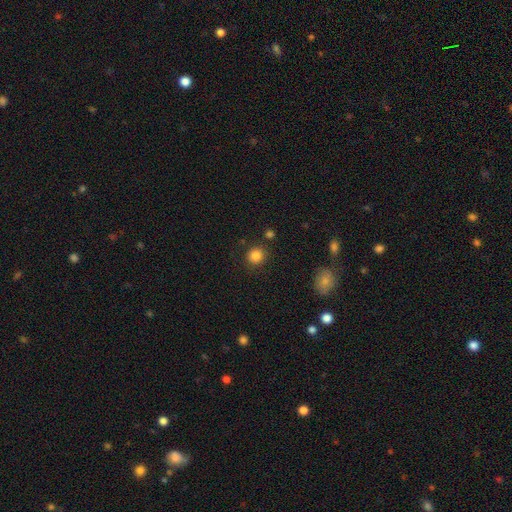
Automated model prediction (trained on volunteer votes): smooth_or_featured: smooth (p=0.85) [alt: star or artifact p=0.11]
how_rounded: round (p=0.88) [alt: in between p=0.11]
merging: none (p=0.86) [alt: minor disturbance p=0.08]